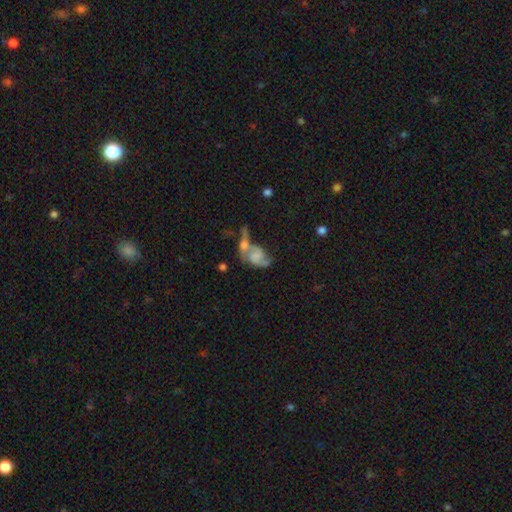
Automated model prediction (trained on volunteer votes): featured or disk 59%, smooth 31%, star or artifact 10%. Down the decision tree: edge-on disk — no (96%); bar — no (66%); spiral arms — yes (75%); bulge size — none (50%); merging — merger (51%).